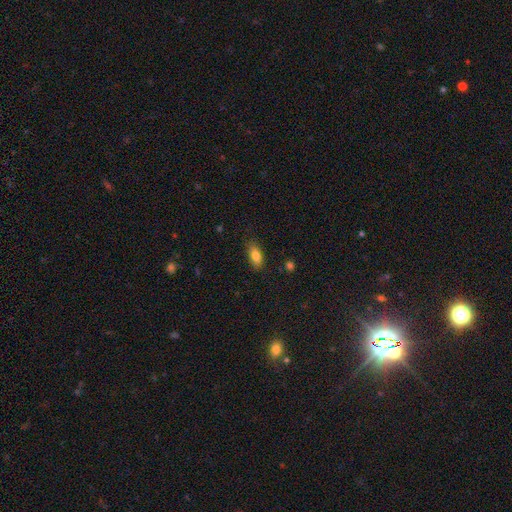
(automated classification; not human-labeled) smooth_or_featured: smooth (p=0.83) [alt: featured or disk p=0.09]
how_rounded: in between (p=0.84) [alt: cigar-shaped p=0.12]
merging: none (p=0.81) [alt: minor disturbance p=0.15]